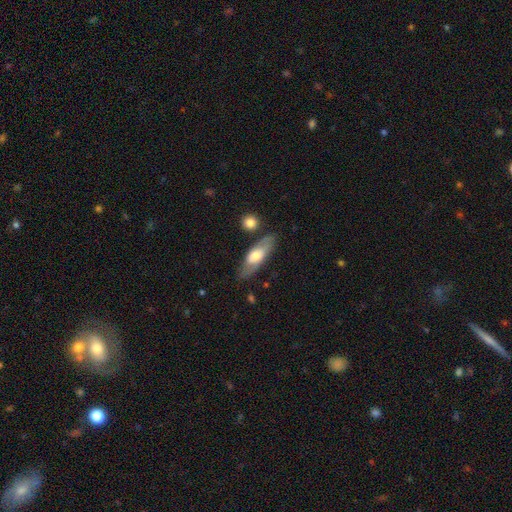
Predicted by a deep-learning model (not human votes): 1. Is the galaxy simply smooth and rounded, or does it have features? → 48% smooth, 46% featured or disk, 6% star or artifact.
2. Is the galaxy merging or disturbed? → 74% none, 16% minor disturbance, 5% merger, 4% major disturbance.